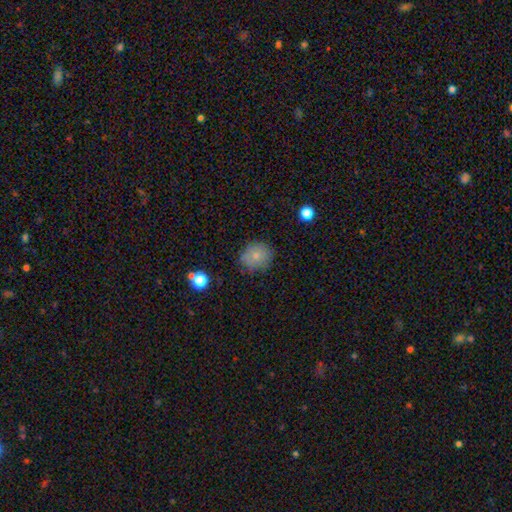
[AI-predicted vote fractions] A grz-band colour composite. It shows a smooth galaxy with no disk features (76%) that is round (75%). Merging: none (77%).